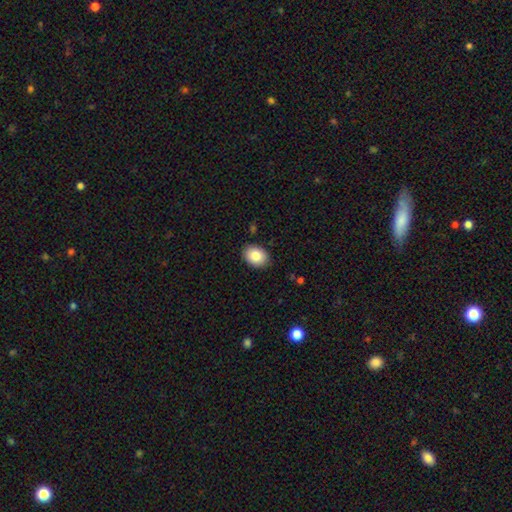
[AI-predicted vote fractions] Overall: smooth (86%). How rounded: in between (69%; round 30%). Merging: none (88%).